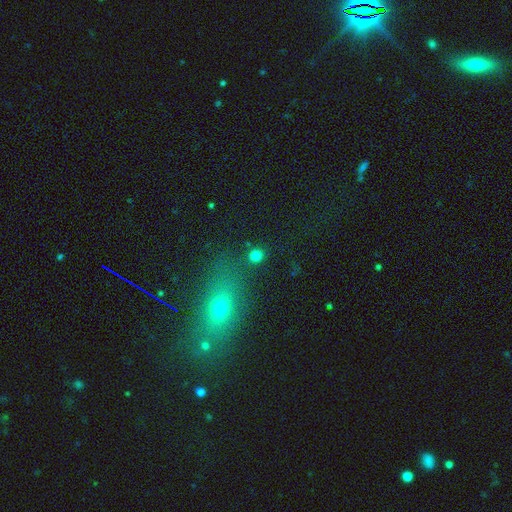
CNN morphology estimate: smooth 80%, star or artifact 15%, featured or disk 5%. Down the decision tree: how rounded — round (86%); merging — none (81%).